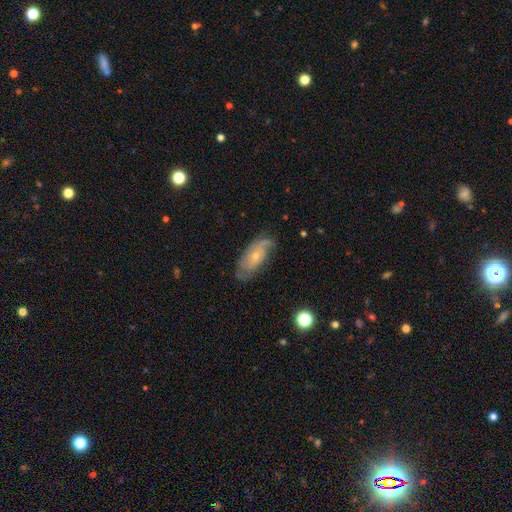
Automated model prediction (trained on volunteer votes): A featured or disk galaxy (65%) with no bar (77%), spiral arms (82%) and a small central bulge (67%). Merging: none (63%).